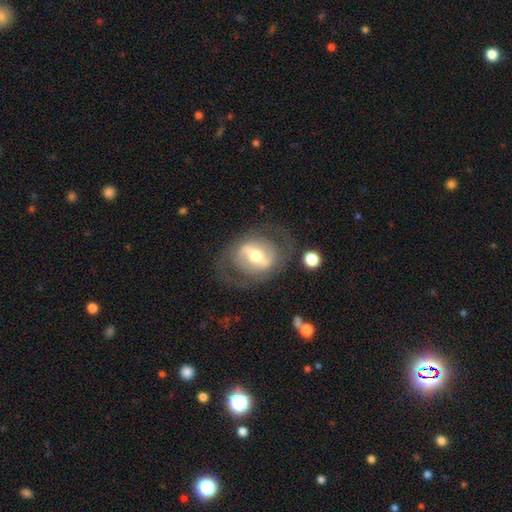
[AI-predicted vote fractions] featured or disk 70%, smooth 24%, star or artifact 6%. Down the decision tree: edge-on disk — no (93%); bar — strong (53%); spiral arms — no (53%); bulge size — moderate (68%); merging — none (68%).